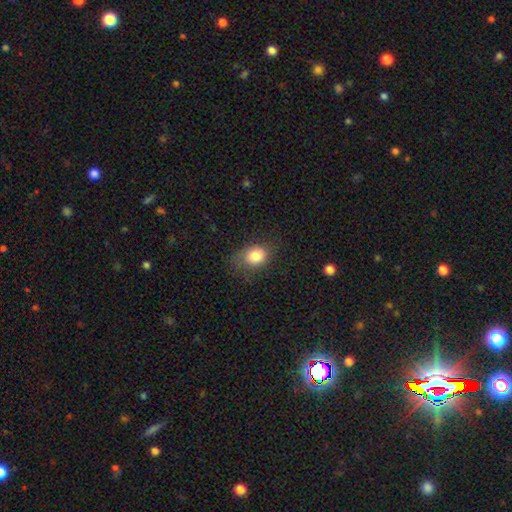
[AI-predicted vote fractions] This appears to be a smooth galaxy with no disk features (82%) that is in between round and cigar-shaped (58%). Merging: none (62%).